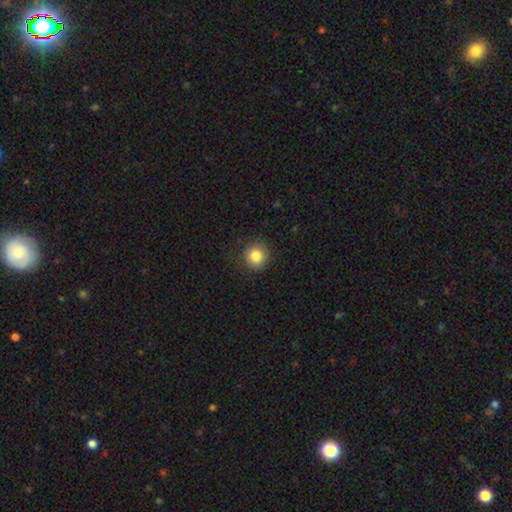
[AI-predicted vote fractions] Morphology: type=smooth (84%); roundness=round (93%); merging=none (87%).